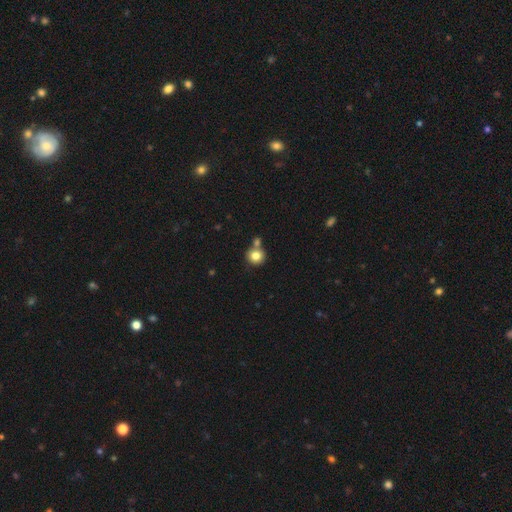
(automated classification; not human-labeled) A smooth galaxy with no disk features (82%) that is round (87%). Merging: none (60%).